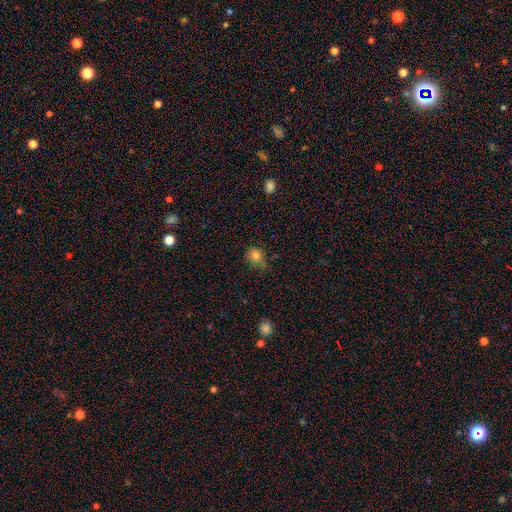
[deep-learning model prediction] A smooth galaxy with no disk features (80%) that is round (73%).

Vote fractions:
- Smooth or featured? smooth: 80% / star or artifact: 12% / featured or disk: 8%
- How rounded? round: 73% / in between: 26% / cigar-shaped: 1%
- Merging? none: 65% / minor disturbance: 27% / major disturbance: 5% / merger: 2%